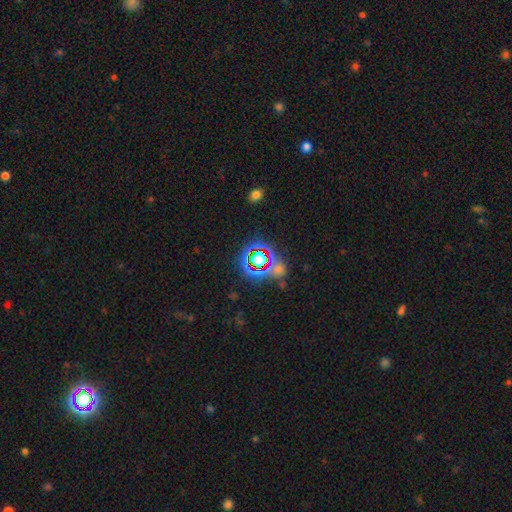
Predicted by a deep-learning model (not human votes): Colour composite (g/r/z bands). It shows a star or artifact, not a galaxy (70%).